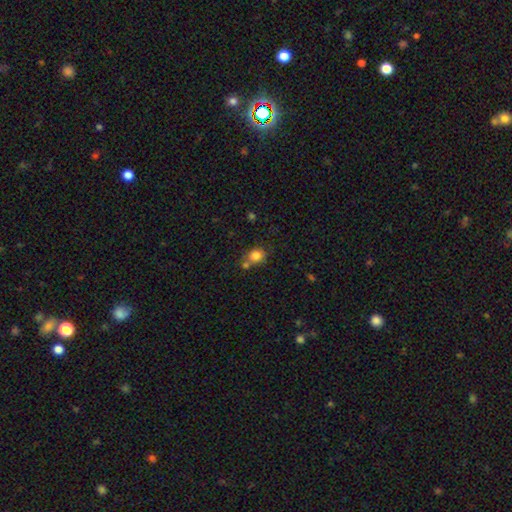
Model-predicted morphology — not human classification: Q: Smooth or featured?
A: smooth (80%); runner-up: star or artifact (11%)
Q: How rounded?
A: round (72%); runner-up: in between (27%)
Q: Merging?
A: none (54%); runner-up: merger (27%)